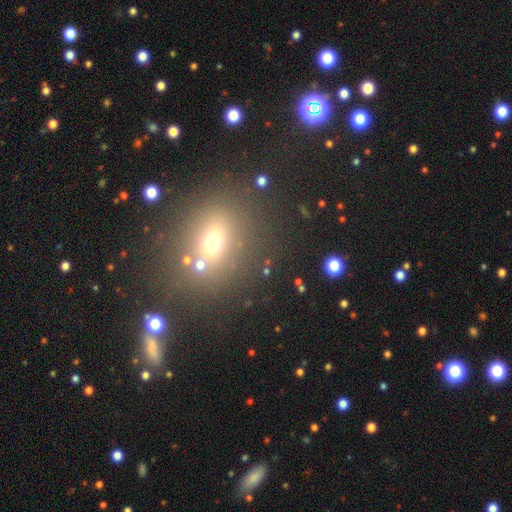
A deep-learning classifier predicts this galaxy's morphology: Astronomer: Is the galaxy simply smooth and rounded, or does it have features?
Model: smooth — 45% (runner-up: star or artifact, 41%).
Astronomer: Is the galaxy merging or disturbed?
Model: none — 72%.